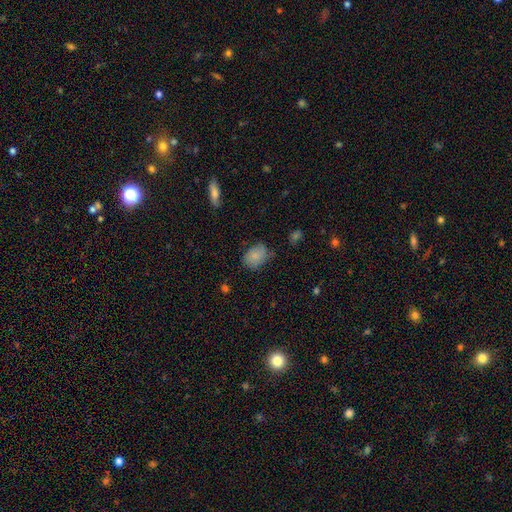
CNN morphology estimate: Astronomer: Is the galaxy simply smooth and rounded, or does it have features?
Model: smooth — 81%.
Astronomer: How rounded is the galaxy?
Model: in between — 75%.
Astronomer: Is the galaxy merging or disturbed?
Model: none — 64%.